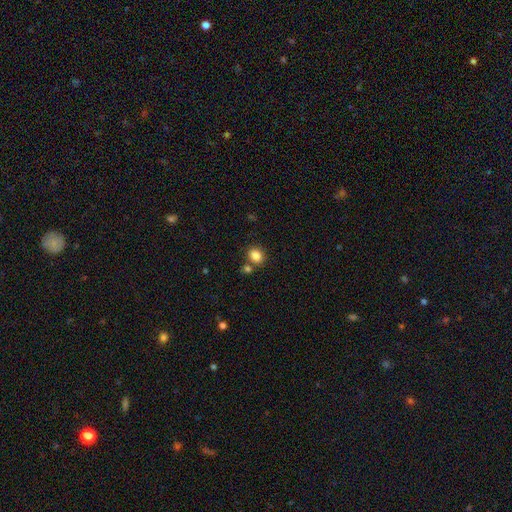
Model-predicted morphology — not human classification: Overall: smooth (84%). How rounded: round (68%; in between 31%). Merging: none (72%).